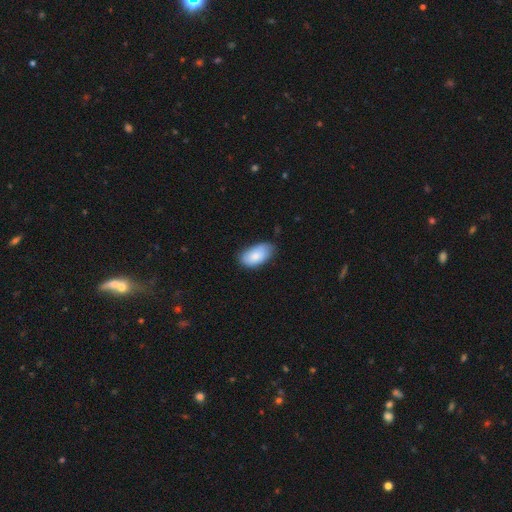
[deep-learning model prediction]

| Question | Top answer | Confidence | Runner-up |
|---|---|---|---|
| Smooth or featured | smooth | 81% | featured or disk (12%) |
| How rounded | in between | 95% | round (3%) |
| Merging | none | 67% | minor disturbance (28%) |